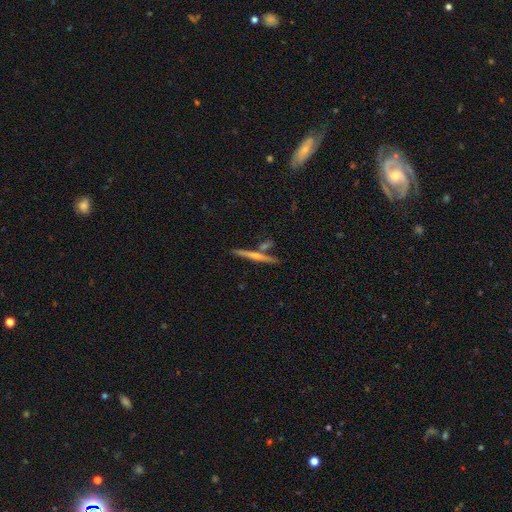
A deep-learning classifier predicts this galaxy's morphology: This appears to be a featured or disk galaxy (59%) viewed edge-on (97%) with a rounded central bulge (66%). Merging: none (76%).